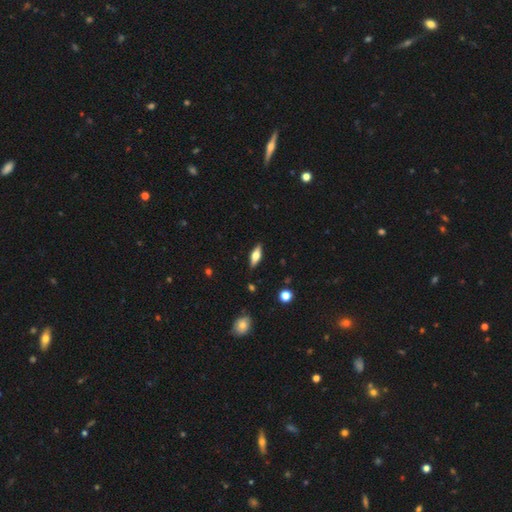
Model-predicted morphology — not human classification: A smooth galaxy with no disk features (51%) that is in between round and cigar-shaped (60%). Merging: none (87%).